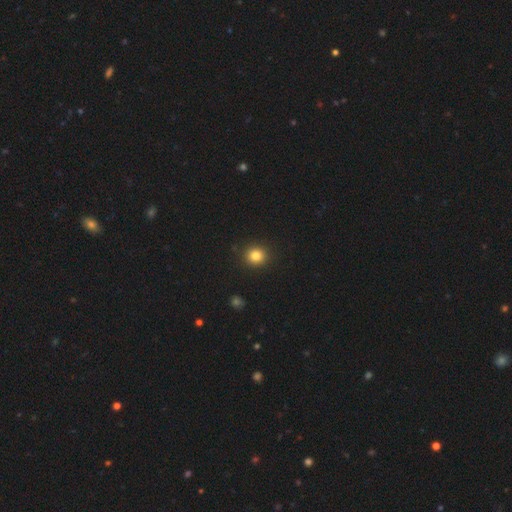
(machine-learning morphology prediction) Smooth or featured? Predicted: smooth (p=0.83). How rounded? Predicted: round (p=0.87). Merging? Predicted: none (p=0.90).